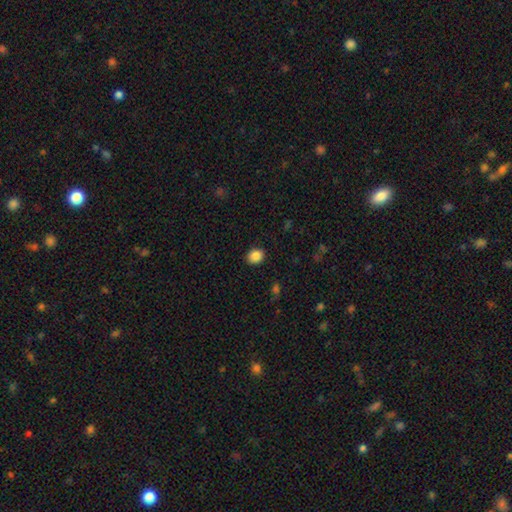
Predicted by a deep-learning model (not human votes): Q: Smooth or featured?
A: smooth (86%); runner-up: star or artifact (9%)
Q: How rounded?
A: round (60%); runner-up: in between (39%)
Q: Merging?
A: none (89%); runner-up: minor disturbance (8%)